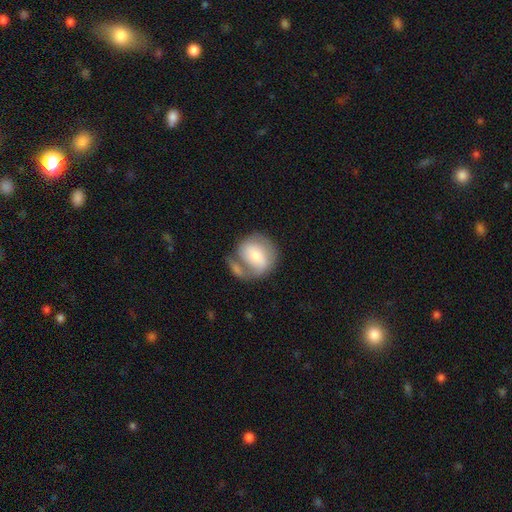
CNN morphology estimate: A smooth galaxy with no disk features (55%) that is round (77%).

Vote fractions:
- Smooth or featured? smooth: 55% / featured or disk: 39% / star or artifact: 6%
- How rounded? round: 77% / in between: 22% / cigar-shaped: 1%
- Merging? none: 39% / merger: 30% / minor disturbance: 18% / major disturbance: 14%